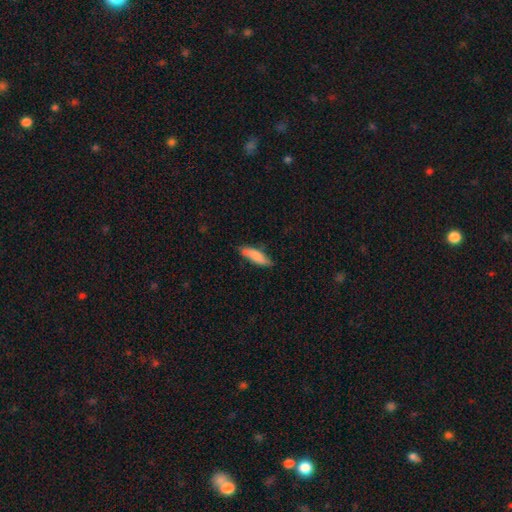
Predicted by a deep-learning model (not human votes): Overall: smooth (79%). How rounded: cigar-shaped (53%; in between 45%). Merging: none (68%).